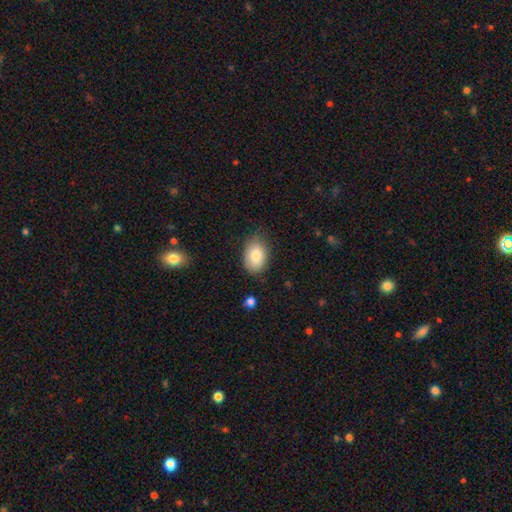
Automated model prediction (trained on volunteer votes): smooth 83%, featured or disk 9%, star or artifact 7%. Down the decision tree: how rounded — in between (87%); merging — none (73%).